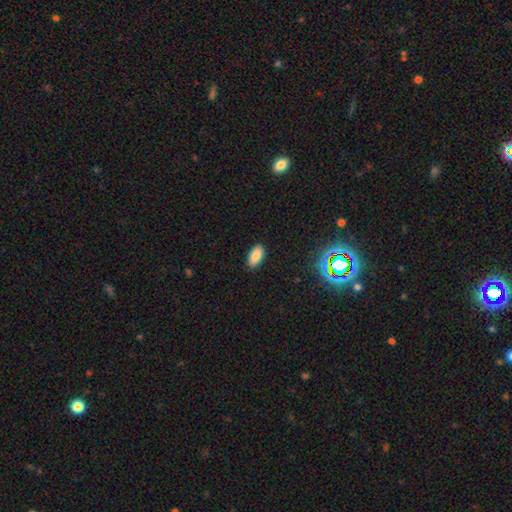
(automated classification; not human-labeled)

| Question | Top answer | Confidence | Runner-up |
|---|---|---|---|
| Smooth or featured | smooth | 85% | star or artifact (9%) |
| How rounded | in between | 93% | cigar-shaped (4%) |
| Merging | none | 88% | minor disturbance (9%) |